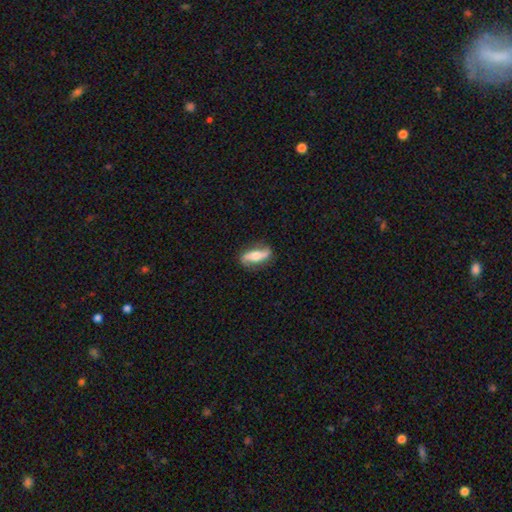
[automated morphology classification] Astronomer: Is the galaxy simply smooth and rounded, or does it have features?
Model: featured or disk — 65%.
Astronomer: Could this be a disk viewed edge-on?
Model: no — 74%.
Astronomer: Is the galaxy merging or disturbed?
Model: none — 80%.